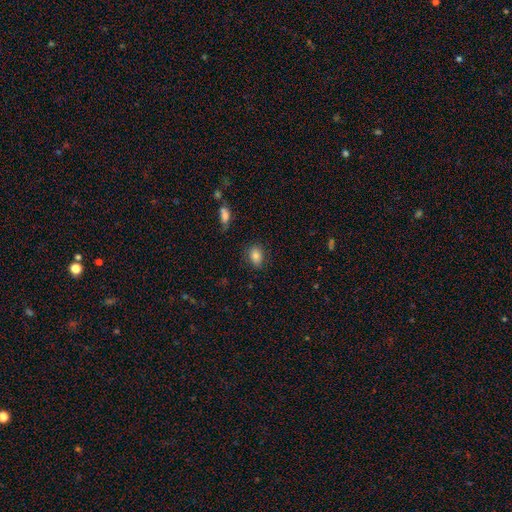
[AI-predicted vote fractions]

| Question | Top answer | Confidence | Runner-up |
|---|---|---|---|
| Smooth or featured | smooth | 81% | featured or disk (9%) |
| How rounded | in between | 71% | round (28%) |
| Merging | none | 82% | minor disturbance (13%) |